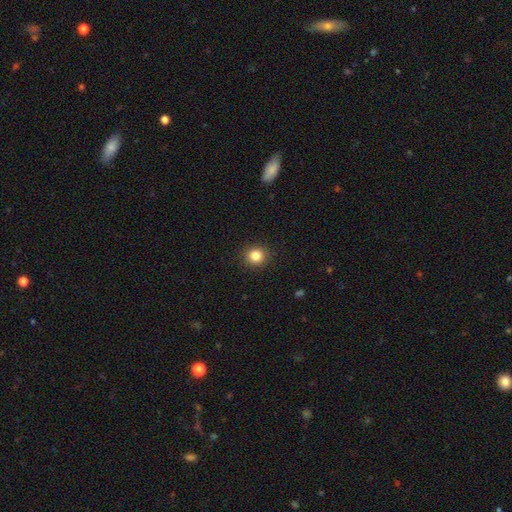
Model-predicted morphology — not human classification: Smooth or featured? Predicted: smooth (p=0.83). How rounded? Predicted: round (p=0.89). Merging? Predicted: none (p=0.91).